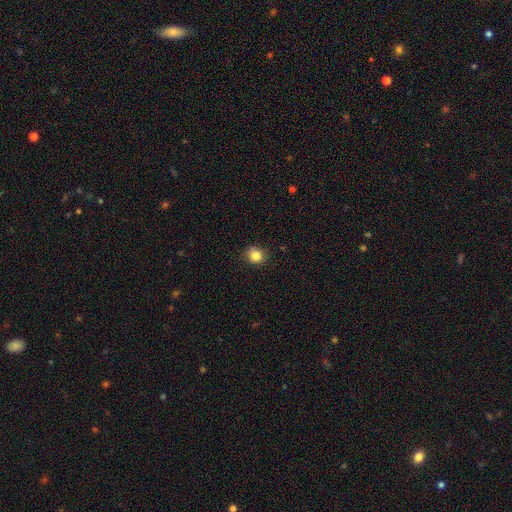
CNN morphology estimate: smooth_or_featured: smooth (p=0.84) [alt: star or artifact p=0.11]
how_rounded: round (p=0.81) [alt: in between p=0.18]
merging: none (p=0.84) [alt: minor disturbance p=0.13]